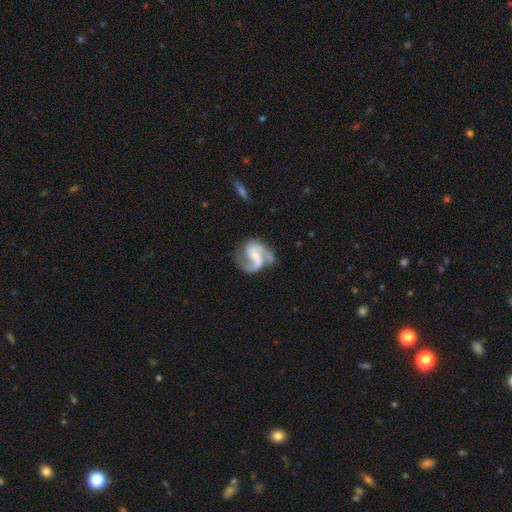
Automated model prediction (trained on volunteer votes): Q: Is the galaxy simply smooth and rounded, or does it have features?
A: featured or disk — 88%.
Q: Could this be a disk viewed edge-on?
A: no — 98%.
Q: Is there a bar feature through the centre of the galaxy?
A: weak — 45%.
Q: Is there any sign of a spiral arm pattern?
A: yes — 97%.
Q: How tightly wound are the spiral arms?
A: medium — 53%.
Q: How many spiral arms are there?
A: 2 — 58%.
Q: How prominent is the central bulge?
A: small — 50%.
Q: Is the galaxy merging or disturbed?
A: none — 61%.